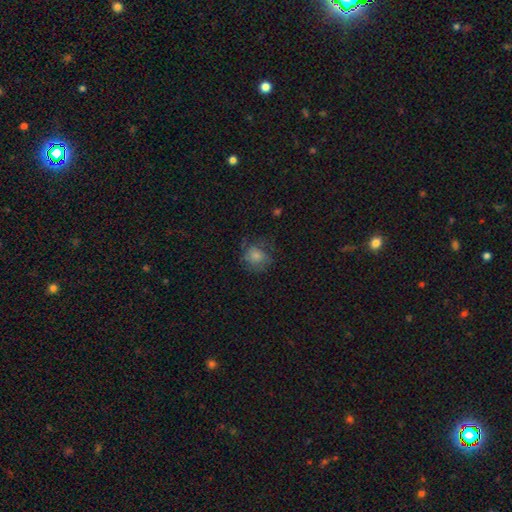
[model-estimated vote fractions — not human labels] smooth-or-featured: smooth: 69% | featured or disk: 19% | star or artifact: 11%
  how-rounded: round: 76% | in between: 23% | cigar-shaped: 1%
  merging: none: 56% | minor disturbance: 24% | major disturbance: 19% | merger: 2%